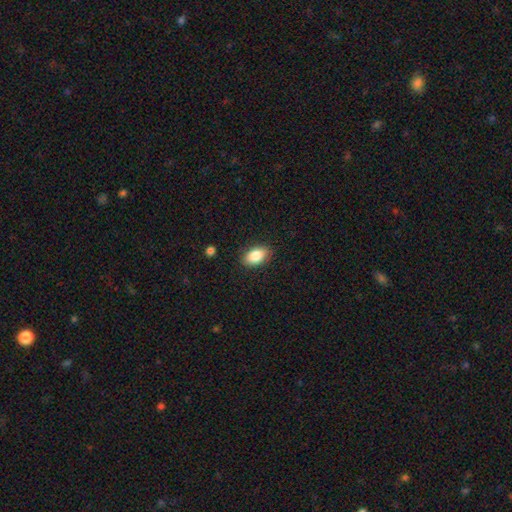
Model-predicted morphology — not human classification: Smooth or featured? Predicted: smooth (p=0.85). How rounded? Predicted: in between (p=0.90). Merging? Predicted: none (p=0.86).